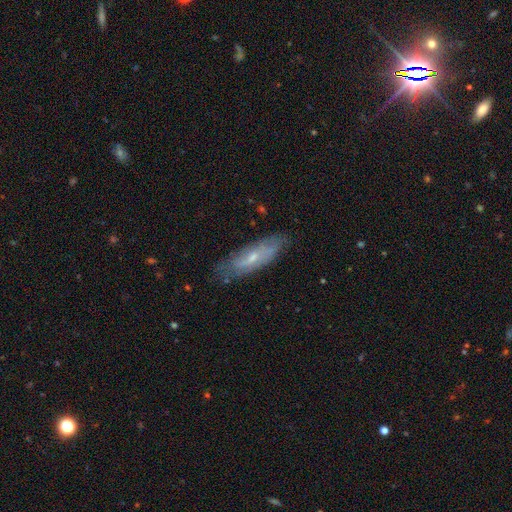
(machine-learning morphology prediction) A featured or disk galaxy (54%). Merging: none (82%).